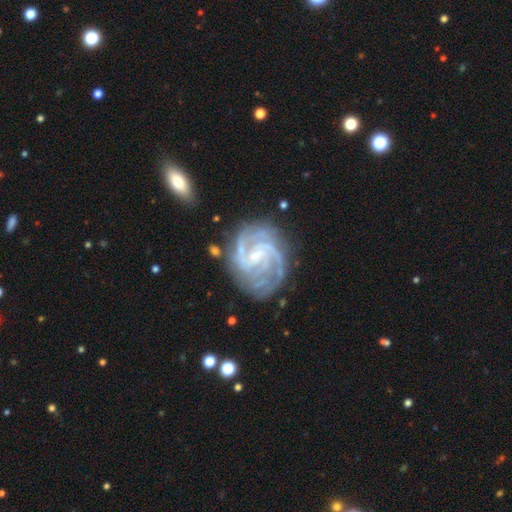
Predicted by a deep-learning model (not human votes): The model was most divided on "bar": weak: 43%, no: 42%, strong: 15%. Remaining: spiral arms — yes (98%); edge-on disk — no (98%); smooth or featured — featured or disk (90%); bulge size — small (78%); merging — none (74%); spiral winding — tight (63%); spiral arm count — 3 (30%).